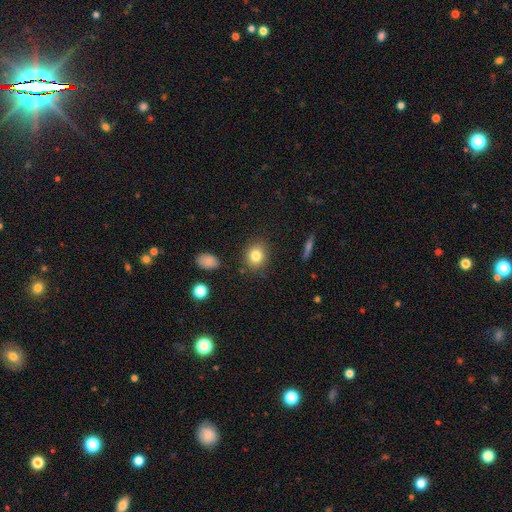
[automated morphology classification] type=smooth (82%); roundness=round (66%); merging=none (86%).